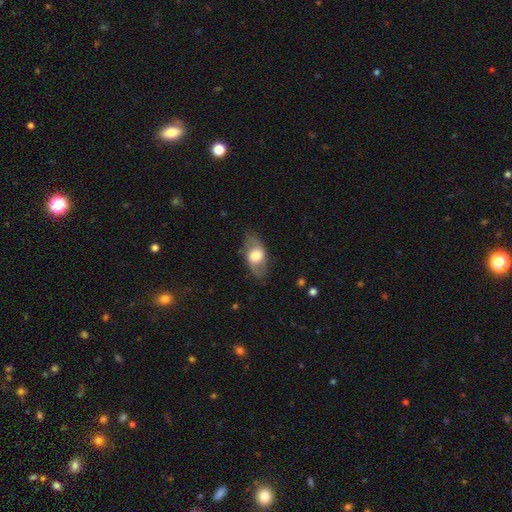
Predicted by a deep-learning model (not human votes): Overall: smooth (54%; featured or disk 39%). How rounded: in between (86%). Merging: none (79%).